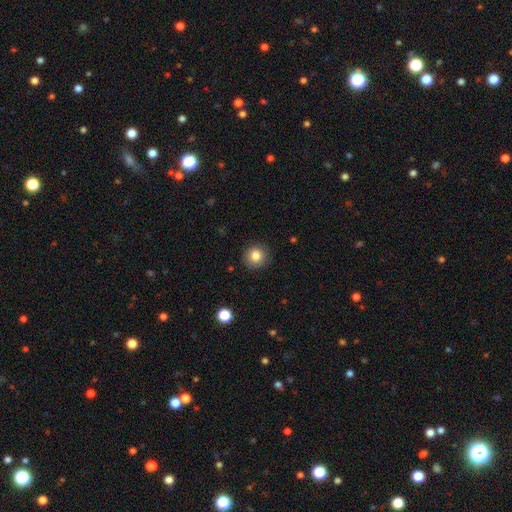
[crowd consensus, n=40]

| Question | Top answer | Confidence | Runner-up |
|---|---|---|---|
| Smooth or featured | smooth | 82% | star or artifact (12%) |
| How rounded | round | 94% | in between (3%) |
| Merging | none | 100% | — |